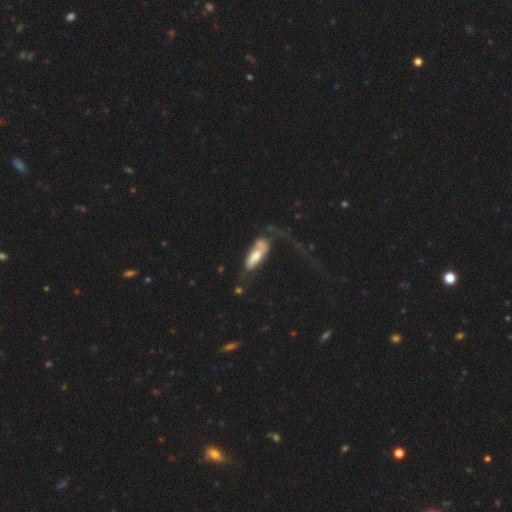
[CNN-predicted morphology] smooth 55%, featured or disk 38%, star or artifact 7%. Down the decision tree: how rounded — in between (72%); merging — major disturbance (47%).